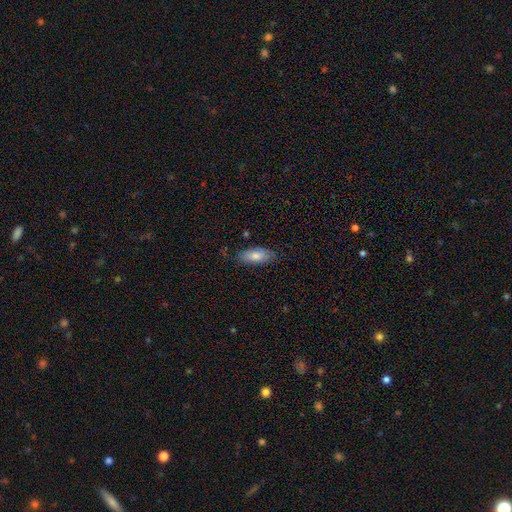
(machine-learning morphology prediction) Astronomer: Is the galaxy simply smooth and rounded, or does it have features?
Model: smooth — 79%.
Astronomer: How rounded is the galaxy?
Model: in between — 83%.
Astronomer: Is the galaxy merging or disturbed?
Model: none — 80%.